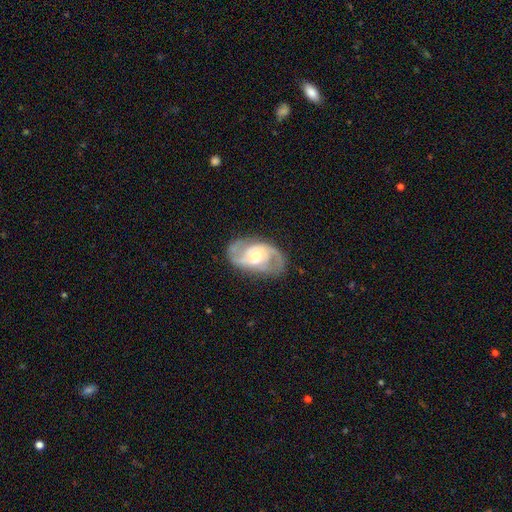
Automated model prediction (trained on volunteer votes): Smooth or featured? featured or disk (87%)
Edge-on disk? no (96%)
Bar? no (53%)
Spiral arms? yes (95%)
Spiral winding? medium (55%)
Spiral arm count? 2 (88%)
Bulge size? moderate (63%)
Merging? none (78%)